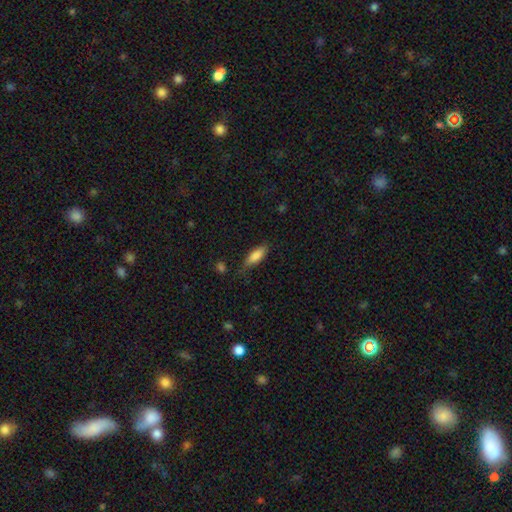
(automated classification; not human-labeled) The model was most divided on "how rounded": in between: 64%, cigar-shaped: 34%, round: 2%. More confident: smooth or featured — smooth (84%); merging — none (66%).